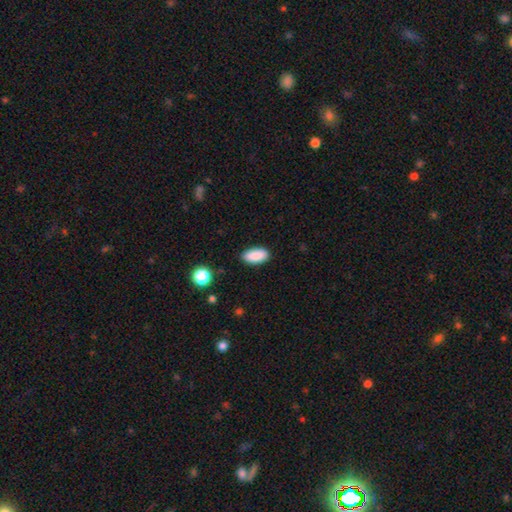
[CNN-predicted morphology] Q: Smooth or featured?
A: smooth (89%); runner-up: star or artifact (7%)
Q: How rounded?
A: in between (92%); runner-up: cigar-shaped (6%)
Q: Merging?
A: none (88%); runner-up: minor disturbance (9%)